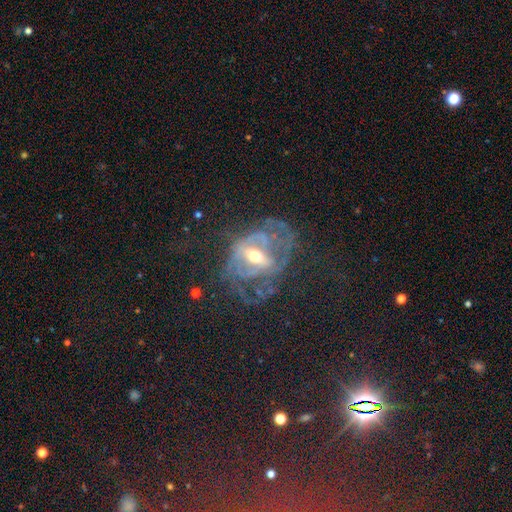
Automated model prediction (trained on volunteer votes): featured or disk 52%, star or artifact 34%, smooth 14%. Down the decision tree: edge-on disk — no (88%); merging — none (60%).